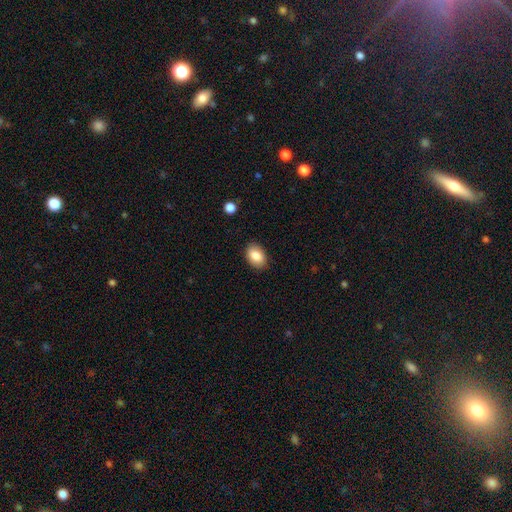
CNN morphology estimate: smooth 86%, star or artifact 8%, featured or disk 6%. Down the decision tree: how rounded — in between (83%); merging — none (87%).